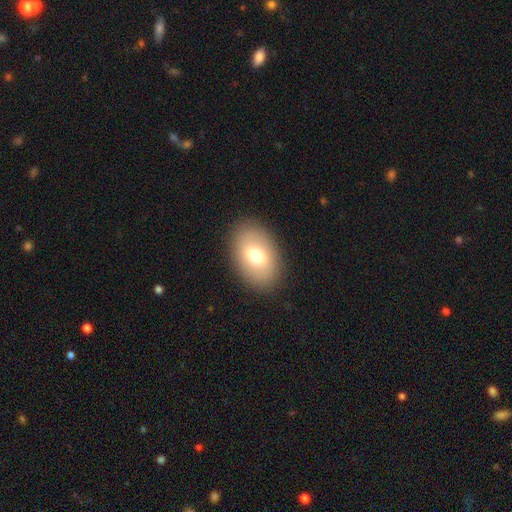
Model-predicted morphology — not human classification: Overall: smooth (72%). How rounded: in between (89%). Merging: none (88%).